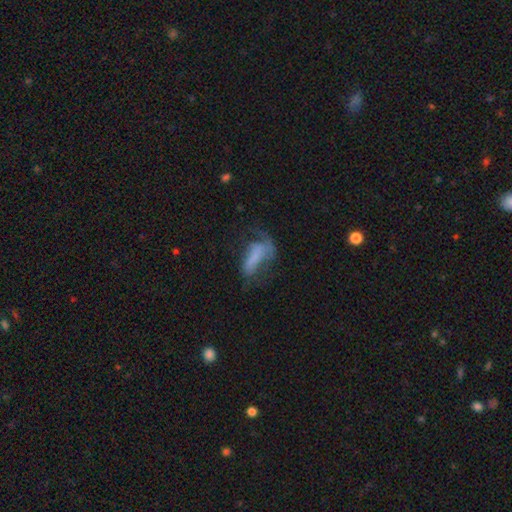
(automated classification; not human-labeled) This appears to be a smooth galaxy with no disk features (49%). Merging: major disturbance (47%).